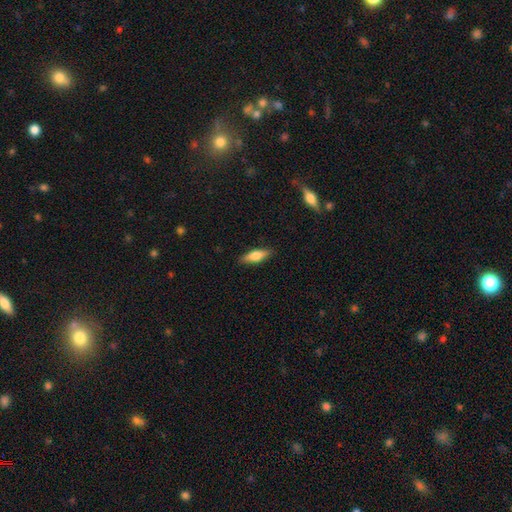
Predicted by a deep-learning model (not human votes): smooth 67%, featured or disk 27%, star or artifact 6%. Down the decision tree: how rounded — in between (53%); merging — none (88%).